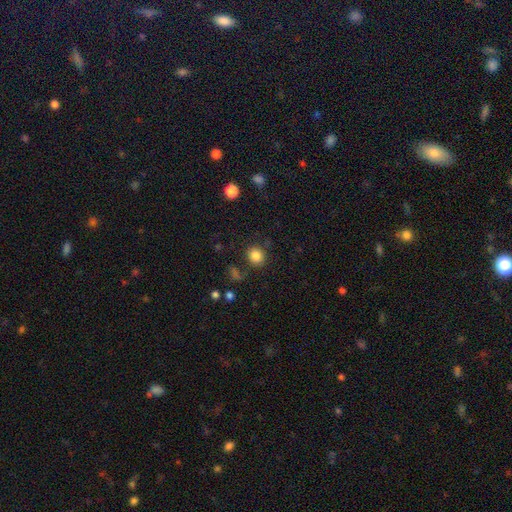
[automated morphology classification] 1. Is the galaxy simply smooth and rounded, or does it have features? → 84% smooth, 11% star or artifact, 5% featured or disk.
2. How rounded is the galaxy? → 82% round, 17% in between, 1% cigar-shaped.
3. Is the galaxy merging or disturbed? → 82% none, 10% minor disturbance, 4% major disturbance, 4% merger.